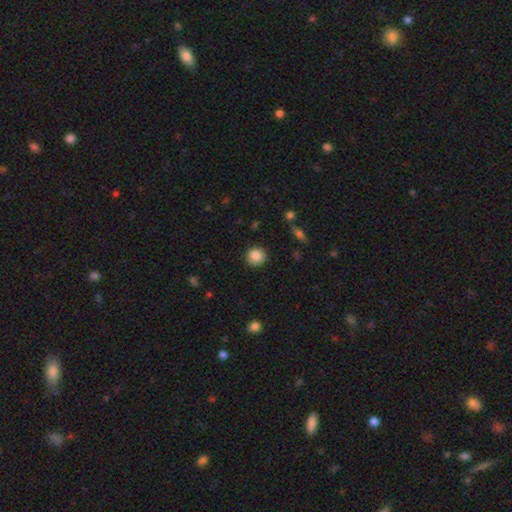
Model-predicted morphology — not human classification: Smooth or featured? Predicted: smooth (p=0.87). How rounded? Predicted: round (p=0.92). Merging? Predicted: none (p=0.90).